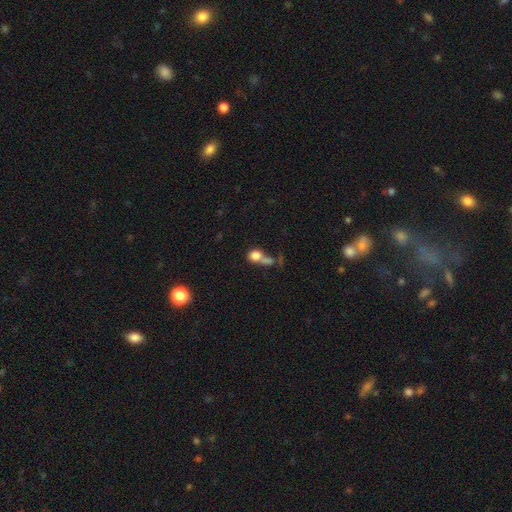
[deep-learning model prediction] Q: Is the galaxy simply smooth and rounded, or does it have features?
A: smooth — 75%.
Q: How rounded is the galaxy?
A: round — 62%.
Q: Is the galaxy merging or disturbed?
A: merger — 48%.